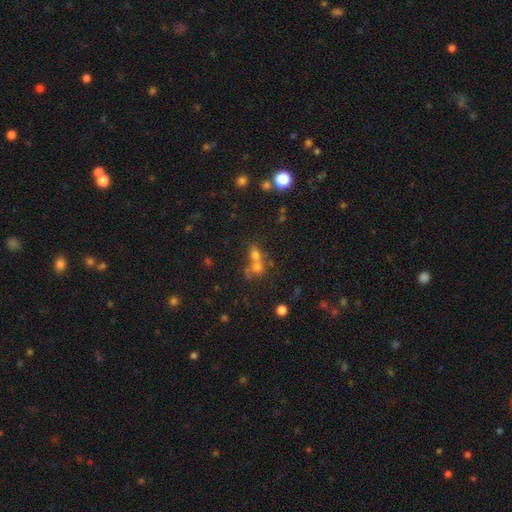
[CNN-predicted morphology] smooth 59%, star or artifact 25%, featured or disk 16%. Down the decision tree: how rounded — round (69%); merging — merger (53%).